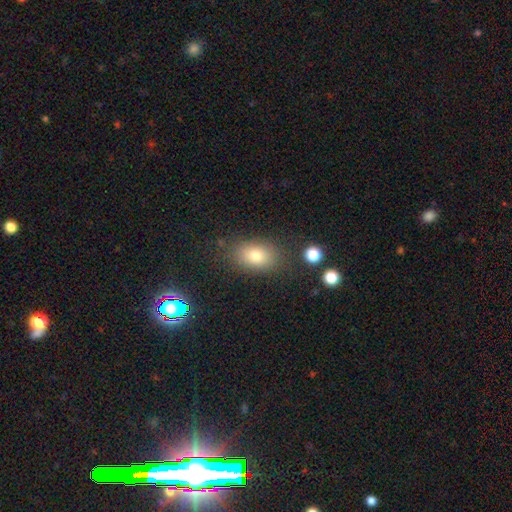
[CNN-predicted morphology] smooth-or-featured: smooth: 76% | star or artifact: 13% | featured or disk: 11%
  how-rounded: in between: 79% | round: 19% | cigar-shaped: 2%
  merging: none: 81% | minor disturbance: 12% | major disturbance: 4% | merger: 3%